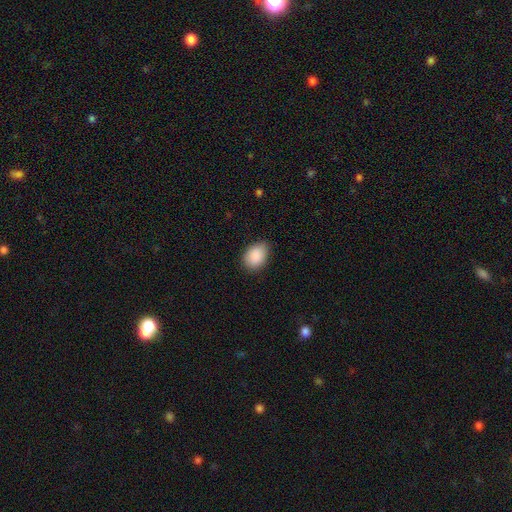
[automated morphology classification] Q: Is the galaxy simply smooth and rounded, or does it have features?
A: smooth — 89%.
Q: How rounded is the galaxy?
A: in between — 79%.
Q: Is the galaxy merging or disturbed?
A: none — 79%.